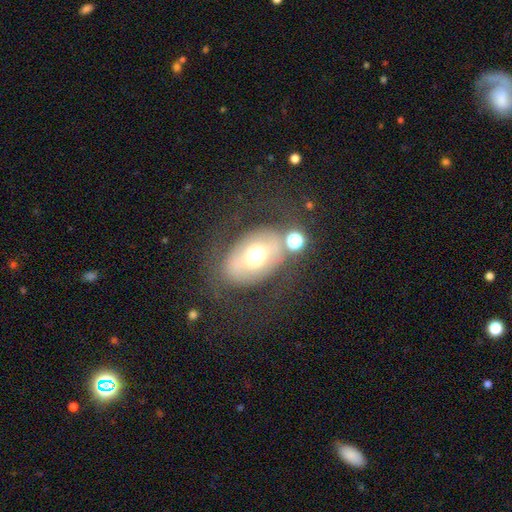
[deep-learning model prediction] smooth-or-featured: smooth: 49% | featured or disk: 38% | star or artifact: 13%
  merging: none: 61% | minor disturbance: 16% | major disturbance: 14% | merger: 10%